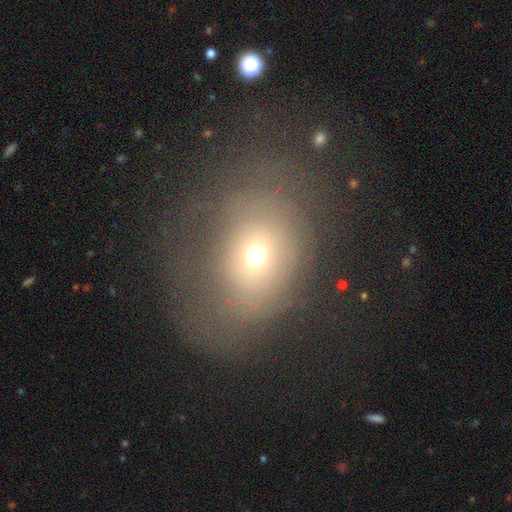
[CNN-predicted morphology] This is likely a smooth galaxy (61%). How rounded: likely round (61%). Merging: possibly none (48%).